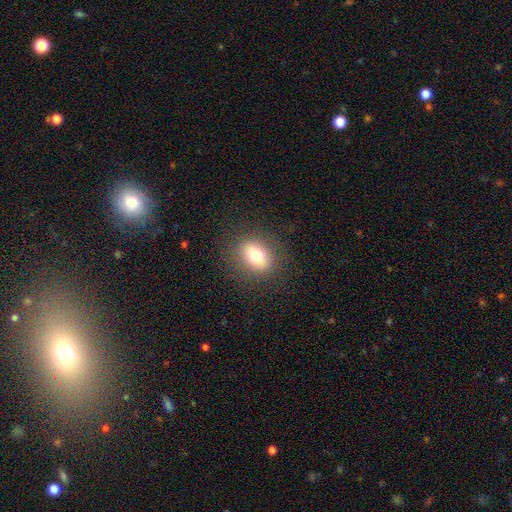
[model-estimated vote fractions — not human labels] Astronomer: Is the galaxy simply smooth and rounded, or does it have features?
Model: smooth — 72%.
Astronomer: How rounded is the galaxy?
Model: in between — 55% (runner-up: round, 42%).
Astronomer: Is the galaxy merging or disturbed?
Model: none — 86%.